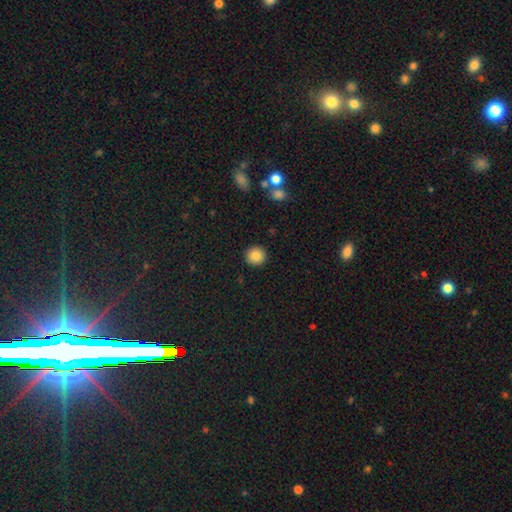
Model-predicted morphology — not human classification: smooth-or-featured: smooth: 85% | star or artifact: 9% | featured or disk: 6%
  how-rounded: round: 93% | in between: 6% | cigar-shaped: 1%
  merging: none: 92% | minor disturbance: 5% | major disturbance: 2% | merger: 1%